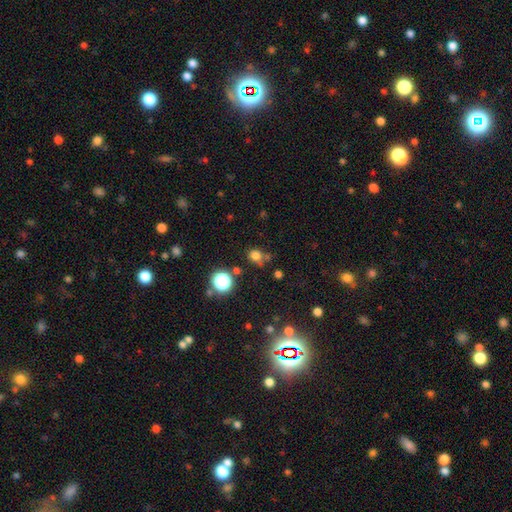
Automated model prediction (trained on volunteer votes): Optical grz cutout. It shows a smooth galaxy with no disk features (74%) that is round (77%). Merging: none (64%).